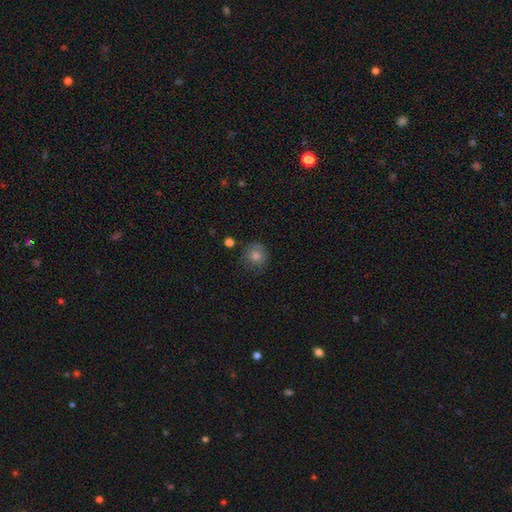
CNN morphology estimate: smooth_or_featured: smooth (p=0.77) [alt: star or artifact p=0.12]
how_rounded: round (p=0.92) [alt: in between p=0.07]
merging: none (p=0.80) [alt: minor disturbance p=0.14]